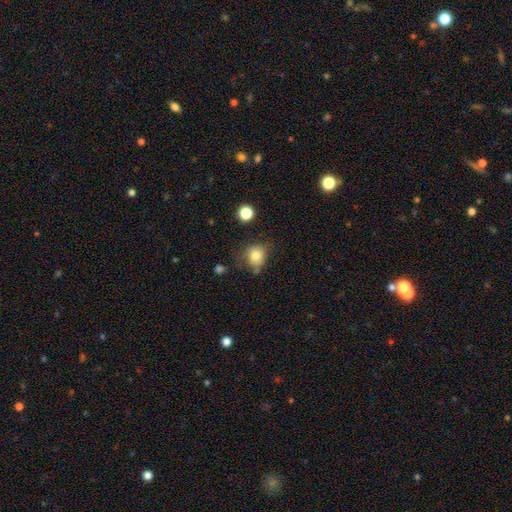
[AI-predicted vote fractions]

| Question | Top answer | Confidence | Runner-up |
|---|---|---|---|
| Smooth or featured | smooth | 79% | star or artifact (11%) |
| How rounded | round | 74% | in between (25%) |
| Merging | none | 55% | minor disturbance (29%) |